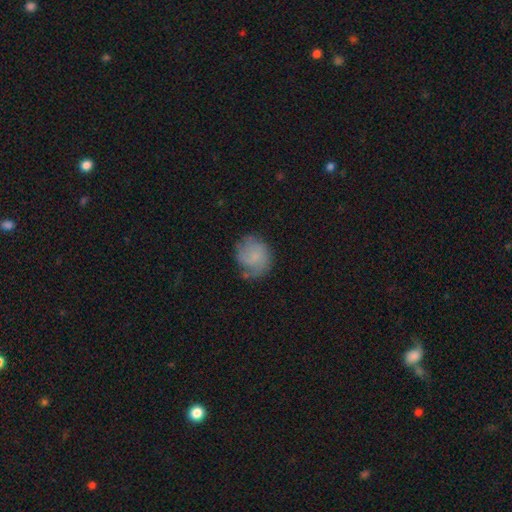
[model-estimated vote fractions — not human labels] Morphology: type=smooth (55%); roundness=round (75%); merging=none (60%).